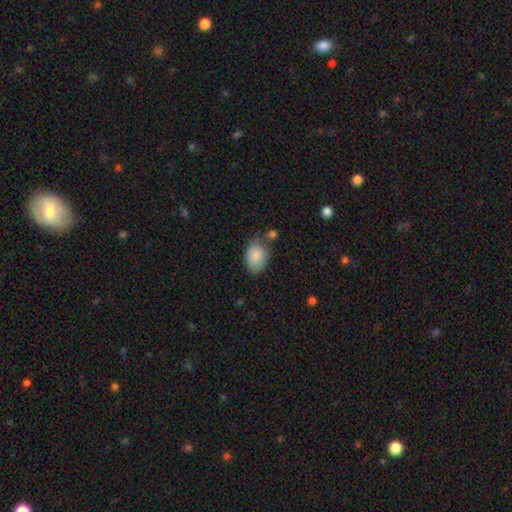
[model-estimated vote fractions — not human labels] This is clearly a smooth galaxy (86%). How rounded: clearly in between (85%). Merging: possibly none (60%).